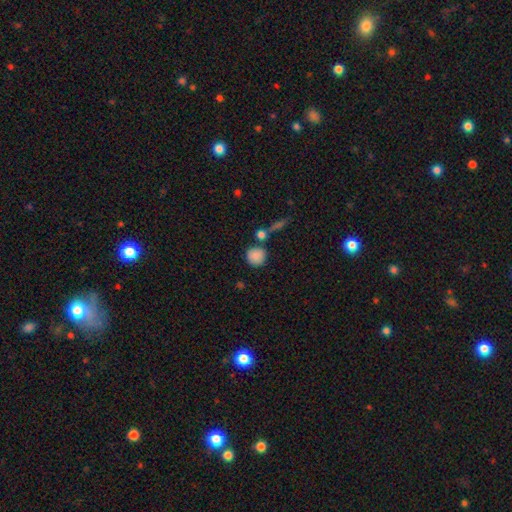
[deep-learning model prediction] This is clearly a smooth galaxy (86%). How rounded: clearly round (91%). Merging: likely none (73%).